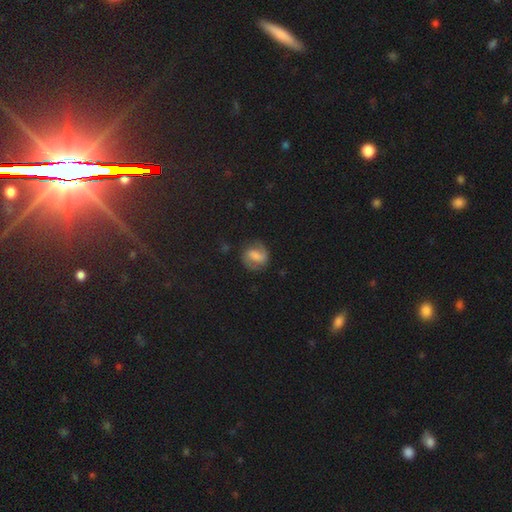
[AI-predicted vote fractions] Morphology: type=featured or disk (55%); edge-on=no (97%); bar=weak (42%); spiral arms=yes (84%); bulge=none (28%, tied with moderate); merging=none (74%).